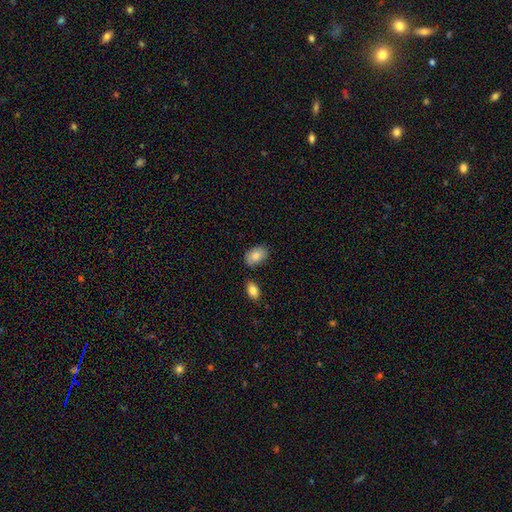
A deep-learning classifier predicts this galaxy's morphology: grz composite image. It shows a smooth galaxy with no disk features (84%) that is in between round and cigar-shaped (90%). Merging: none (74%).